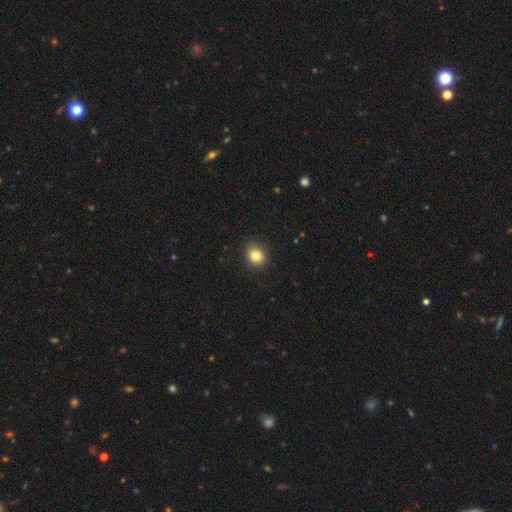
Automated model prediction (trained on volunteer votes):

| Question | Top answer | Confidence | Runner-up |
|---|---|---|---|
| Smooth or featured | smooth | 83% | star or artifact (10%) |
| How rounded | round | 69% | in between (30%) |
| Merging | none | 88% | minor disturbance (9%) |